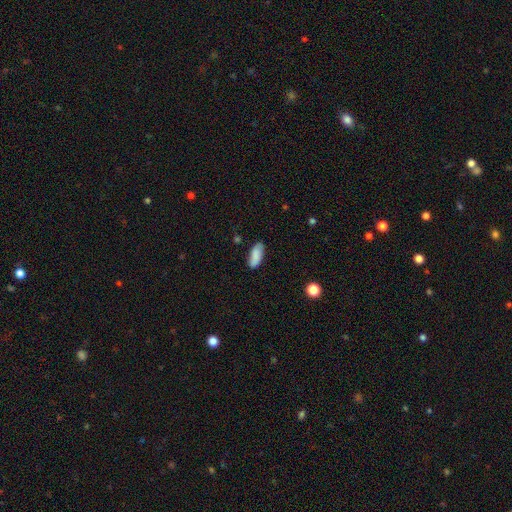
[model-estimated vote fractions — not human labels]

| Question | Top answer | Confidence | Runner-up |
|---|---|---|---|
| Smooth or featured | smooth | 82% | featured or disk (11%) |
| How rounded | in between | 86% | cigar-shaped (12%) |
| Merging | none | 79% | minor disturbance (16%) |